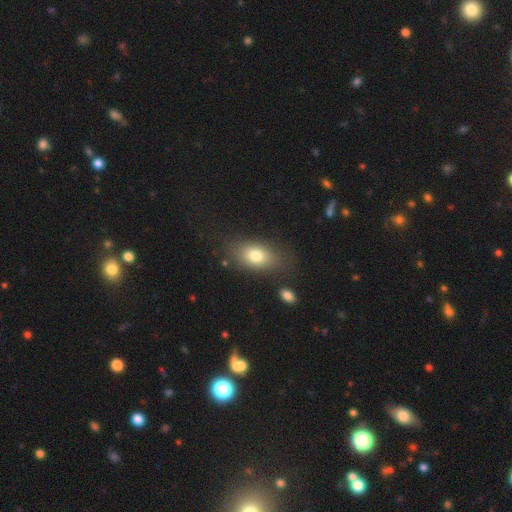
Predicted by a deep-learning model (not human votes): This appears to be a smooth galaxy with no disk features (77%) that is in between round and cigar-shaped (83%). Merging: none (77%).